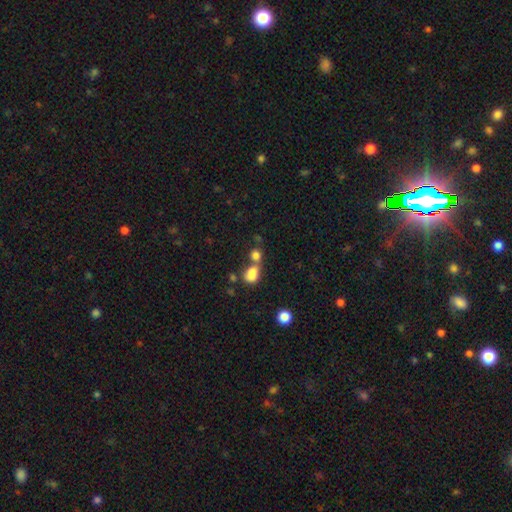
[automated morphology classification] Smooth or featured? smooth (79%)
How rounded? round (57%)
Merging? merger (53%)